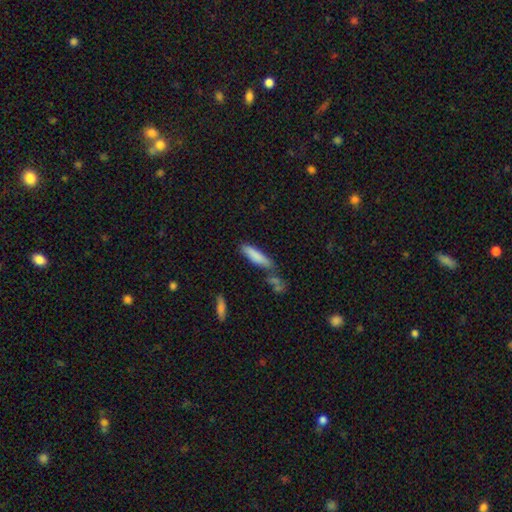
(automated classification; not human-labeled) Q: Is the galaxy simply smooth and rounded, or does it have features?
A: smooth — 83%.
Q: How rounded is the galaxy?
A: cigar-shaped — 73%.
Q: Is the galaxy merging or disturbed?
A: none — 66%.